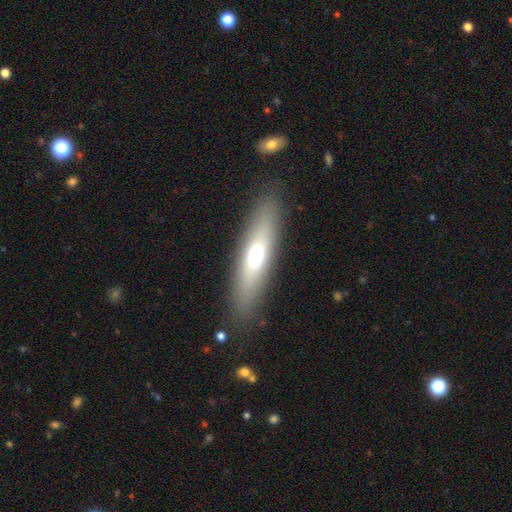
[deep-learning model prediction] smooth-or-featured: smooth: 59% | featured or disk: 33% | star or artifact: 8%
  how-rounded: cigar-shaped: 63% | in between: 34% | round: 2%
  merging: none: 87% | minor disturbance: 9% | major disturbance: 3% | merger: 1%